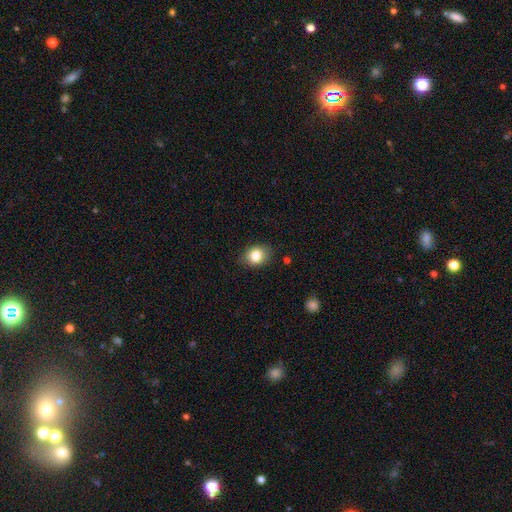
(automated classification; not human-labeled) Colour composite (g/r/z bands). It shows a smooth galaxy with no disk features (82%) that is in between round and cigar-shaped (60%). Merging: none (82%).